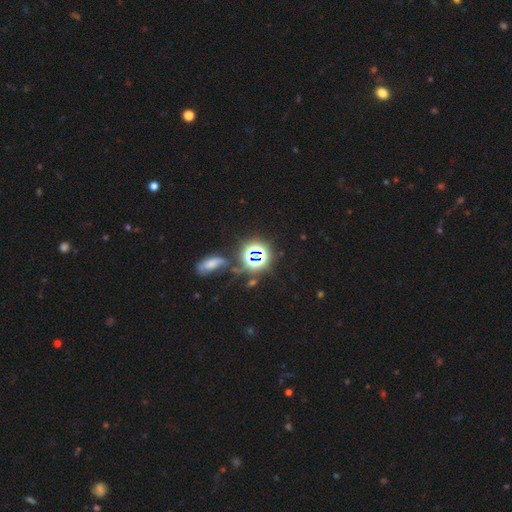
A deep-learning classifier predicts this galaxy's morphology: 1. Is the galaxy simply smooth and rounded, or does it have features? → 69% star or artifact, 22% smooth, 10% featured or disk.